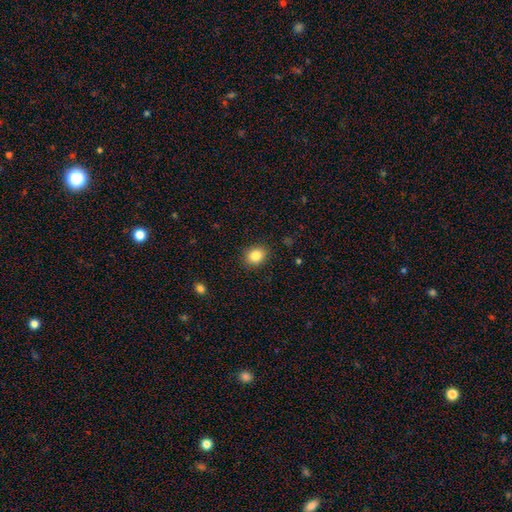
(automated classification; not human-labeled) Smooth or featured? Predicted: smooth (p=0.84). How rounded? Predicted: round (p=0.62). Merging? Predicted: none (p=0.89).